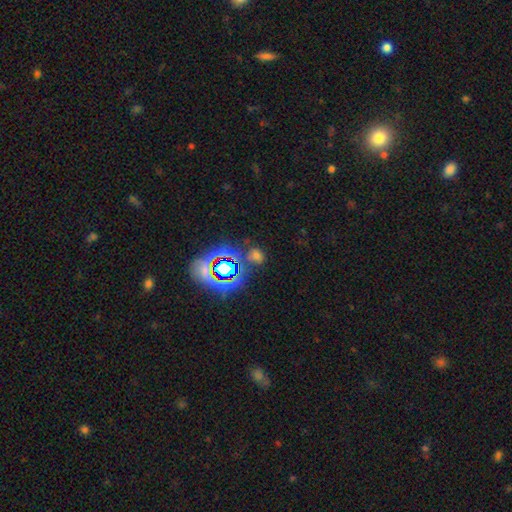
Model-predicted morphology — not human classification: Smooth or featured: star or artifact — 46% (smooth — 45%)